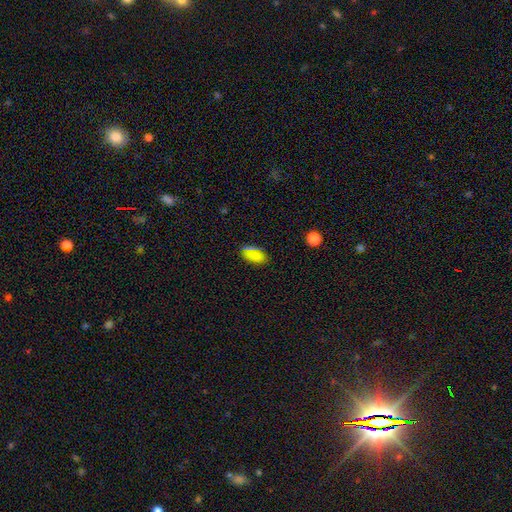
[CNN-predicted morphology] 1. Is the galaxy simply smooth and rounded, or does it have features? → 78% smooth, 16% star or artifact, 5% featured or disk.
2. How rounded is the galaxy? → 92% in between, 5% round, 3% cigar-shaped.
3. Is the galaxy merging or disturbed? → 83% none, 12% minor disturbance, 3% major disturbance, 2% merger.